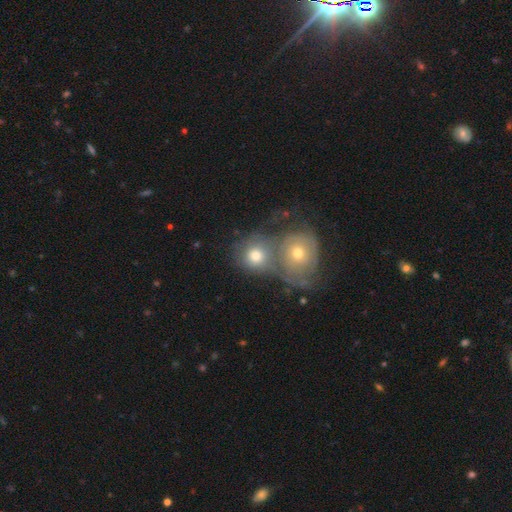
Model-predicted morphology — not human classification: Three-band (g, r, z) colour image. It shows a smooth galaxy with no disk features (57%) that is round (82%). Merging: merger (61%).